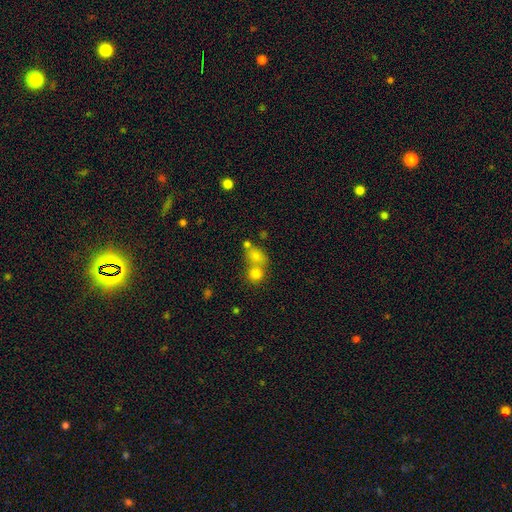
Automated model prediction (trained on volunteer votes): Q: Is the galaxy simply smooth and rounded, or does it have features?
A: smooth — 72%.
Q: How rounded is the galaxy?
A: round — 57%.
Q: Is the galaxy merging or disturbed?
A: merger — 51%.